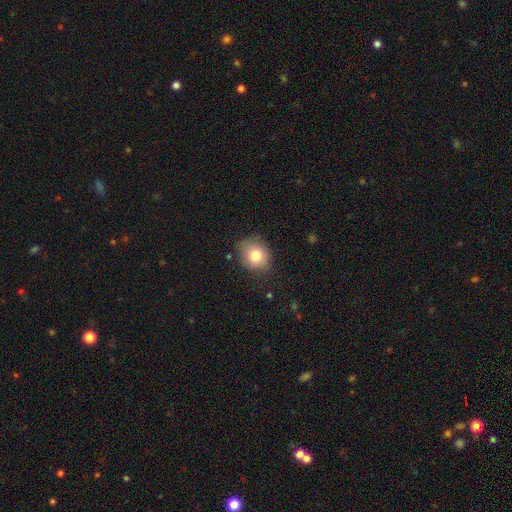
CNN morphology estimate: A smooth galaxy with no disk features (79%) that is round (69%). Merging: none (71%).